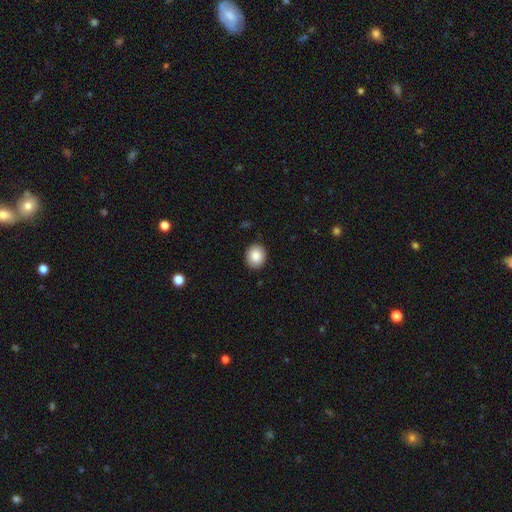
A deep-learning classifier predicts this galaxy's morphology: smooth_or_featured: smooth (p=0.87) [alt: star or artifact p=0.08]
how_rounded: round (p=0.65) [alt: in between p=0.34]
merging: none (p=0.89) [alt: minor disturbance p=0.08]